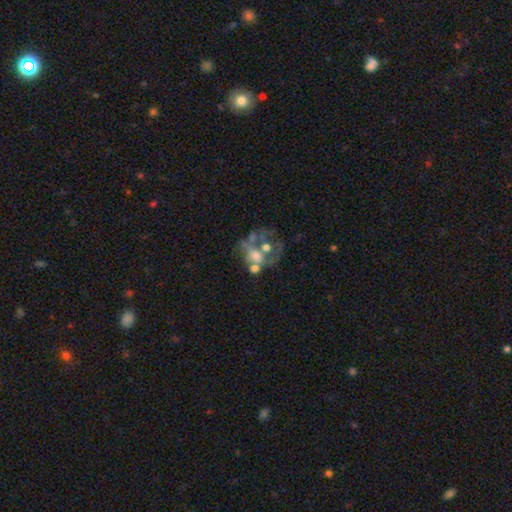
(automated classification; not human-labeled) This appears to be a featured or disk galaxy (57%) with no bar (90%), no spiral arms (89%) and a moderate central bulge (39%). Merging: merger (38%).